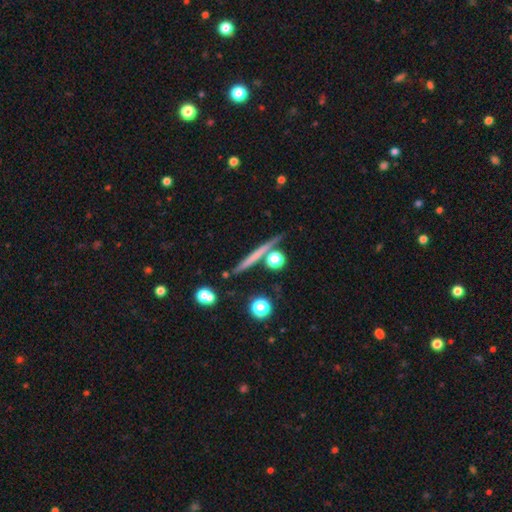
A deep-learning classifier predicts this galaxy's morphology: Smooth or featured?
  - smooth: 47% *
  - featured or disk: 44%
  - star or artifact: 9%
Merging?
  - none: 82% *
  - minor disturbance: 9%
  - merger: 6%
  - major disturbance: 3%